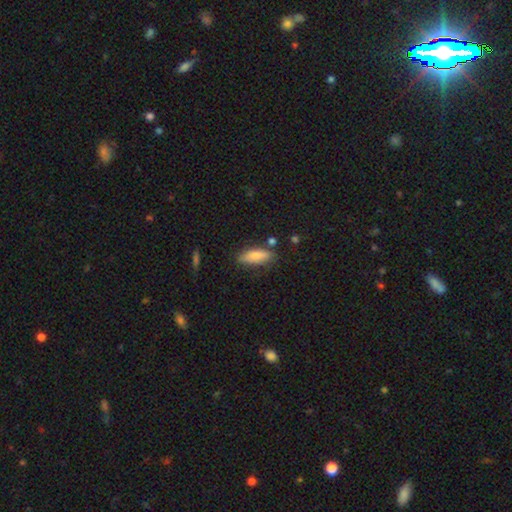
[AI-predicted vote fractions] This is likely a smooth galaxy (79%). How rounded: likely in between (62%). Merging: likely none (76%).